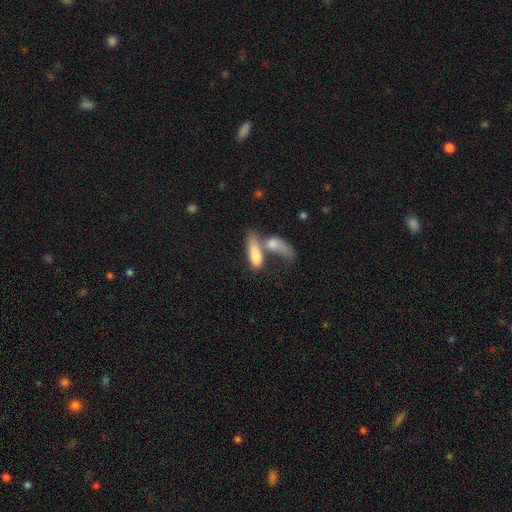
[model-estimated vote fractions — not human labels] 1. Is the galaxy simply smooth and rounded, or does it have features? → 70% smooth, 22% featured or disk, 7% star or artifact.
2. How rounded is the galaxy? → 60% in between, 35% cigar-shaped, 5% round.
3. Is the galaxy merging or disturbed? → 64% merger, 17% none, 11% major disturbance, 8% minor disturbance.